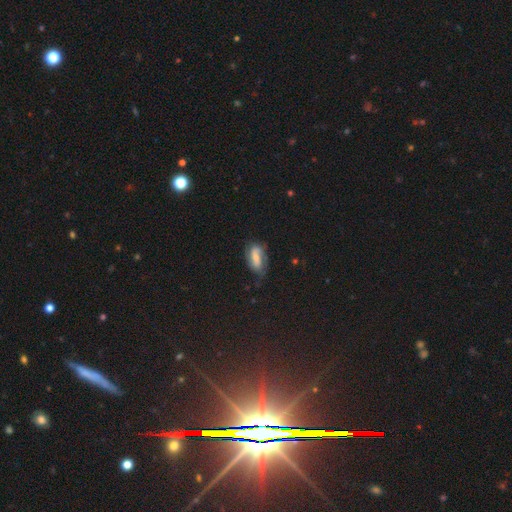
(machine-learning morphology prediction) Smooth or featured? Predicted: featured or disk (p=0.51). Edge-on disk? Predicted: no (p=0.91). Merging? Predicted: none (p=0.57).